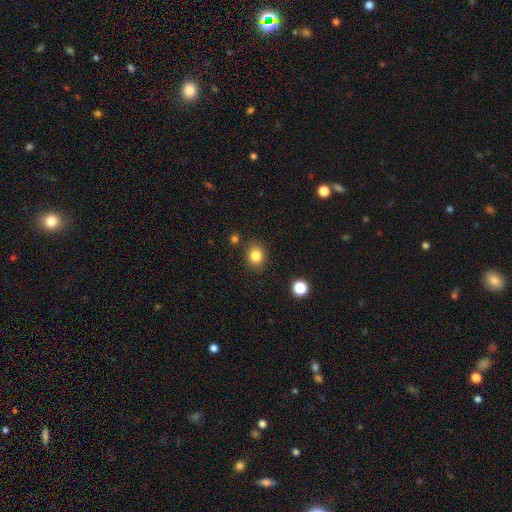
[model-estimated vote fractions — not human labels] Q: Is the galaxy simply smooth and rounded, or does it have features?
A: smooth — 83%.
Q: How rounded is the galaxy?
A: round — 68%.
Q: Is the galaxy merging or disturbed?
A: none — 85%.